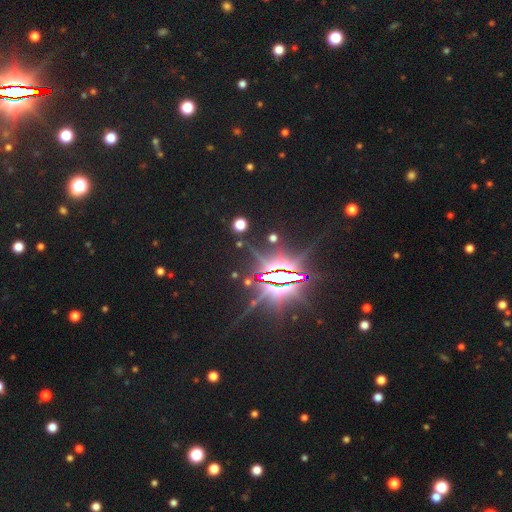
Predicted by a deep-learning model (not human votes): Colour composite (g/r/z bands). It shows a star or artifact, not a galaxy (85%).